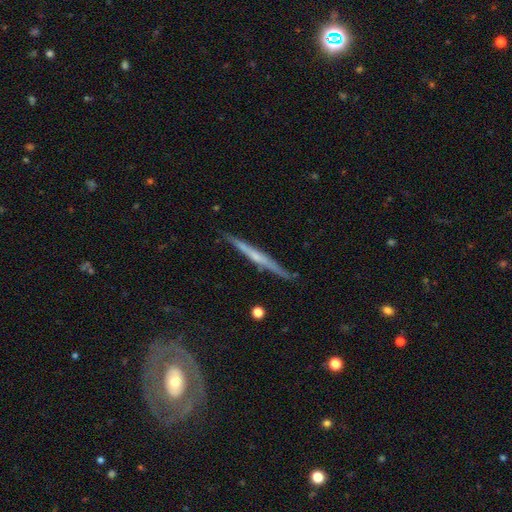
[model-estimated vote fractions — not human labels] Smooth or featured? Predicted: featured or disk (p=0.67). Edge-on disk? Predicted: yes (p=0.97). Edge-on bulge? Predicted: none (p=0.55). Merging? Predicted: none (p=0.87).